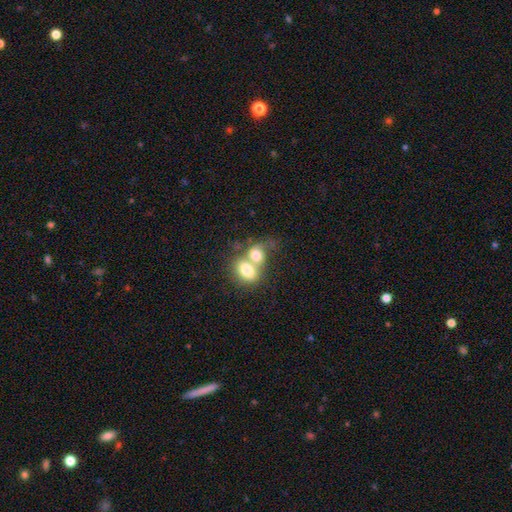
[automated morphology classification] This is likely a smooth galaxy (74%). How rounded: likely in between (65%). Merging: likely merger (71%).